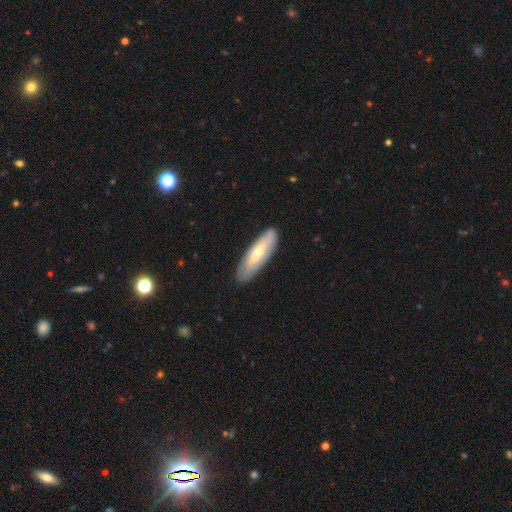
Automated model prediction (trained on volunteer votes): Smooth or featured?
  - smooth: 56% *
  - featured or disk: 36%
  - star or artifact: 8%
How rounded?
  - cigar-shaped: 58% *
  - in between: 40%
  - round: 2%
Merging?
  - none: 87% *
  - minor disturbance: 10%
  - major disturbance: 2%
  - merger: 1%